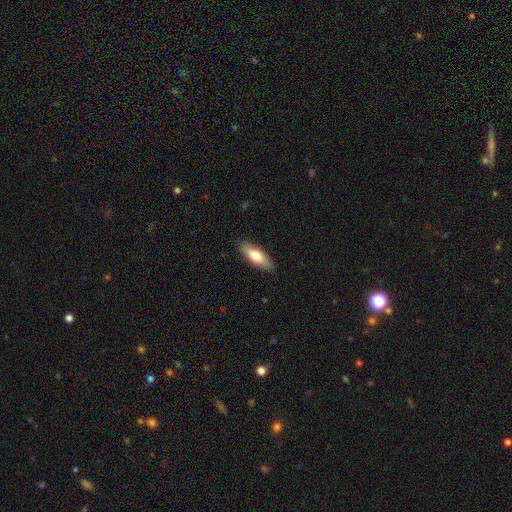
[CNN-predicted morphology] smooth 71%, featured or disk 23%, star or artifact 5%. Down the decision tree: how rounded — in between (63%); merging — none (88%).